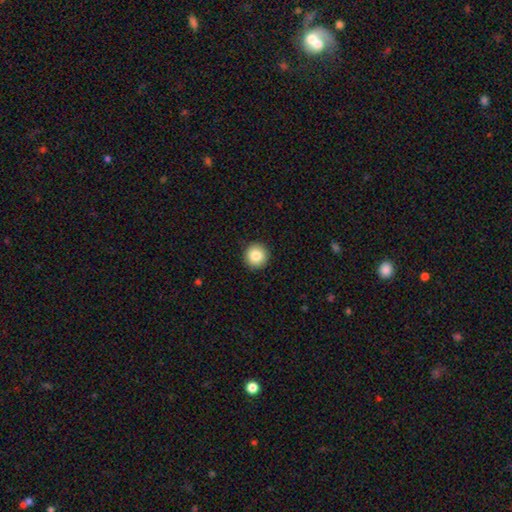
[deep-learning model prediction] The model was most divided on "smooth or featured": smooth: 85%, star or artifact: 9%, featured or disk: 6%. More confident: how rounded — round (95%); merging — none (92%).